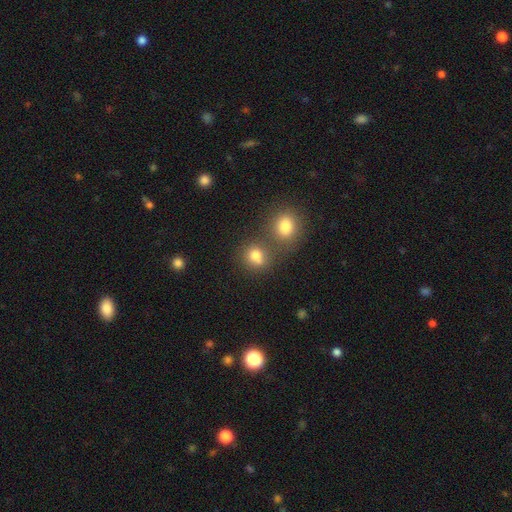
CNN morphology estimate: This appears to be a smooth galaxy with no disk features (77%) that is round (73%). Merging: none (48%).